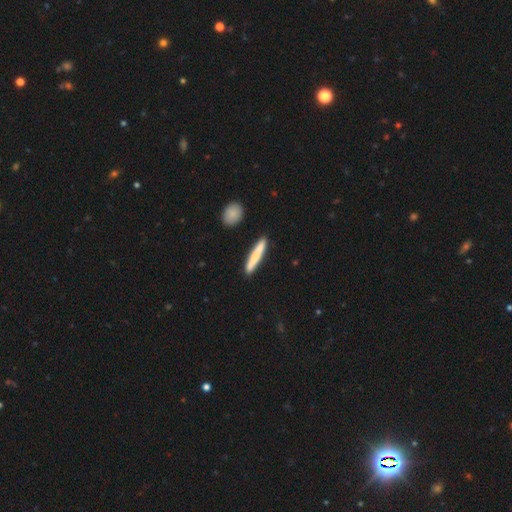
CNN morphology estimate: smooth-or-featured: smooth: 73% | featured or disk: 21% | star or artifact: 6%
  how-rounded: cigar-shaped: 95% | in between: 4% | round: 1%
  merging: none: 90% | minor disturbance: 6% | merger: 2% | major disturbance: 1%